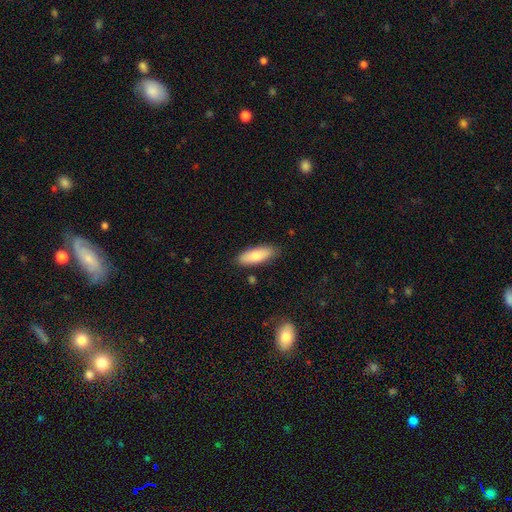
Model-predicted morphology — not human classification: The model was most divided on "how rounded": in between: 64%, cigar-shaped: 34%, round: 2%. More confident: merging — none (85%); smooth or featured — smooth (80%).